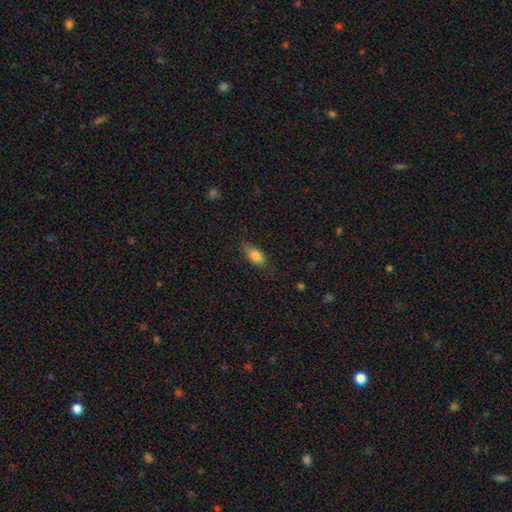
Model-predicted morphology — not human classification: Smooth or featured? Predicted: smooth (p=0.80). How rounded? Predicted: in between (p=0.84). Merging? Predicted: none (p=0.73).